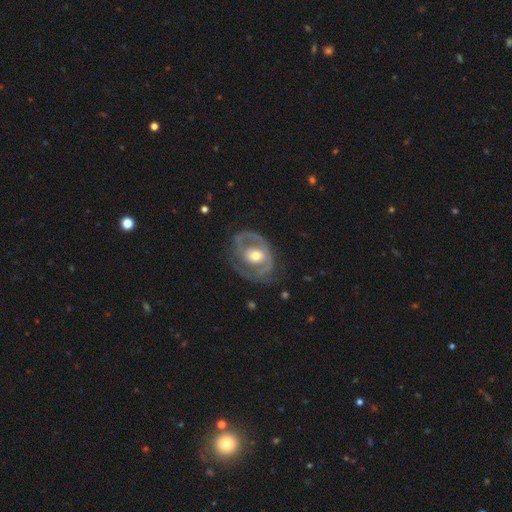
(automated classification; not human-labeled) The model was most divided on "spiral arms": yes: 68%, no: 32%. More confident: edge-on disk — no (96%); smooth or featured — featured or disk (75%); bar — no (68%); bulge size — moderate (68%); merging — none (61%).